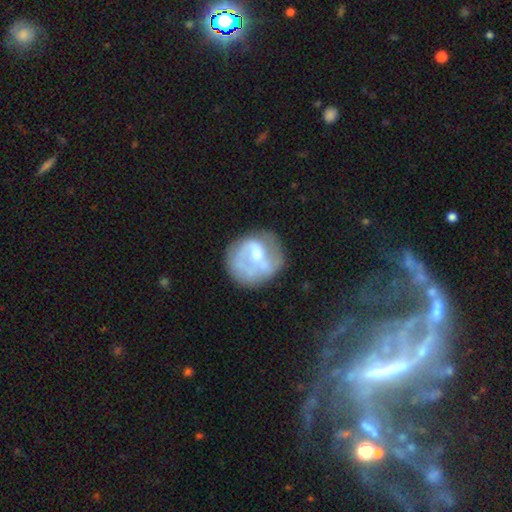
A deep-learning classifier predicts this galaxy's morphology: smooth_or_featured: featured or disk (p=0.62) [alt: smooth p=0.31]
disk_edge_on: no (p=0.98) [alt: yes p=0.02]
bar: no (p=0.53) [alt: weak p=0.36]
has_spiral_arms: yes (p=0.63) [alt: no p=0.37]
bulge_size: moderate (p=0.58) [alt: small p=0.24]
merging: none (p=0.55) [alt: minor disturbance p=0.22]